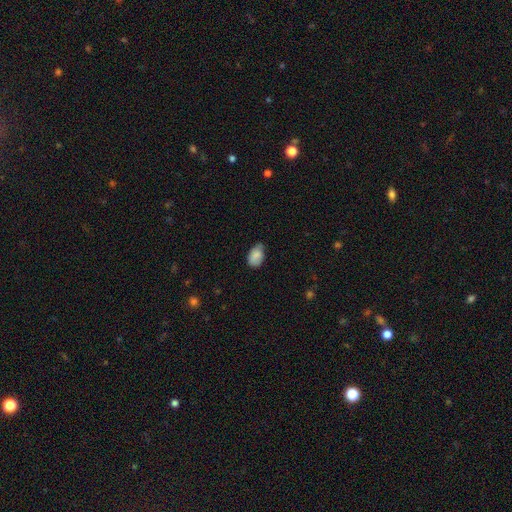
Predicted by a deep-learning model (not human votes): A smooth galaxy with no disk features (85%) that is in between round and cigar-shaped (91%).

Vote fractions:
- Smooth or featured? smooth: 85% / featured or disk: 8% / star or artifact: 7%
- How rounded? in between: 91% / round: 8% / cigar-shaped: 1%
- Merging? none: 60% / minor disturbance: 34% / major disturbance: 5% / merger: 1%